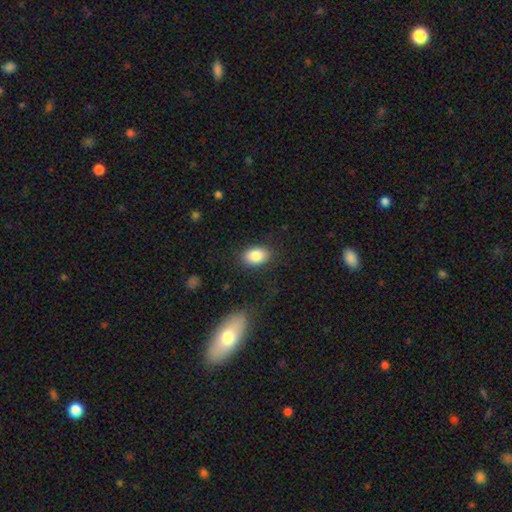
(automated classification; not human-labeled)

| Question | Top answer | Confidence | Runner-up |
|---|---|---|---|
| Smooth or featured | smooth | 86% | star or artifact (8%) |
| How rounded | in between | 82% | round (16%) |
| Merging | none | 84% | minor disturbance (11%) |